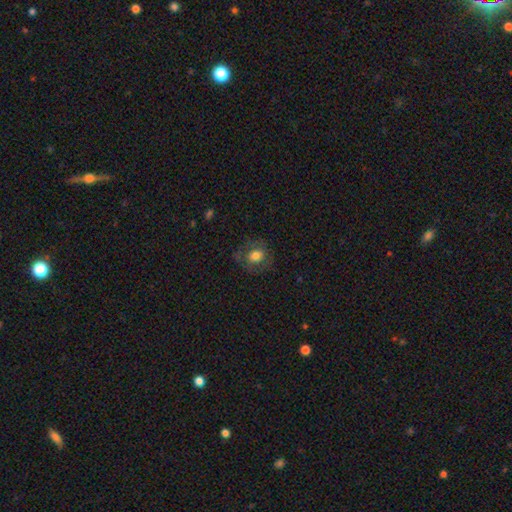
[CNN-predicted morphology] The model was most divided on "how rounded": round: 68%, in between: 31%, cigar-shaped: 1%. More confident: merging — none (72%); smooth or featured — smooth (66%).